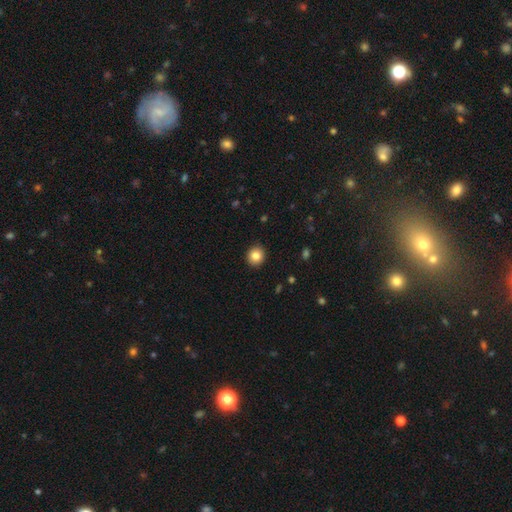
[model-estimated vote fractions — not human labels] smooth_or_featured: smooth (p=0.85) [alt: star or artifact p=0.10]
how_rounded: round (p=0.87) [alt: in between p=0.12]
merging: none (p=0.92) [alt: minor disturbance p=0.05]